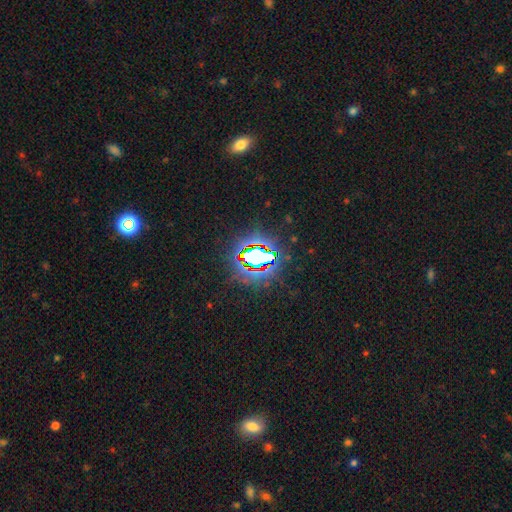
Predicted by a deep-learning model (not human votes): Morphology: type=star or artifact (72%).